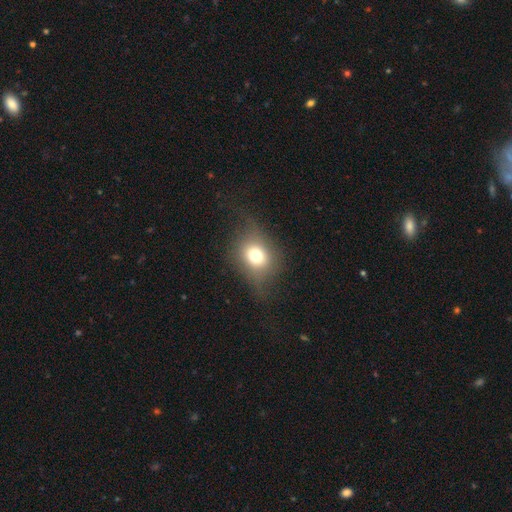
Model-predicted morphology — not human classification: Q: Smooth or featured?
A: smooth (67%); runner-up: featured or disk (20%)
Q: How rounded?
A: round (57%); runner-up: in between (42%)
Q: Merging?
A: none (61%); runner-up: minor disturbance (21%)